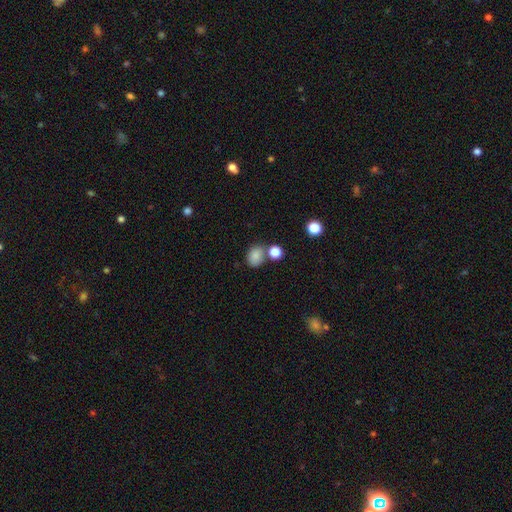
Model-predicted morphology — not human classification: smooth_or_featured: smooth (p=0.83) [alt: star or artifact p=0.11]
how_rounded: in between (p=0.57) [alt: round p=0.42]
merging: none (p=0.64) [alt: merger p=0.18]